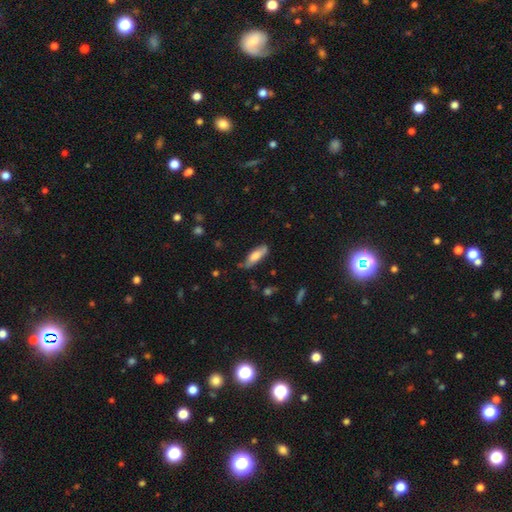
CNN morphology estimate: smooth_or_featured: smooth (p=0.71) [alt: featured or disk p=0.22]
how_rounded: in between (p=0.59) [alt: cigar-shaped p=0.39]
merging: none (p=0.60) [alt: minor disturbance p=0.30]